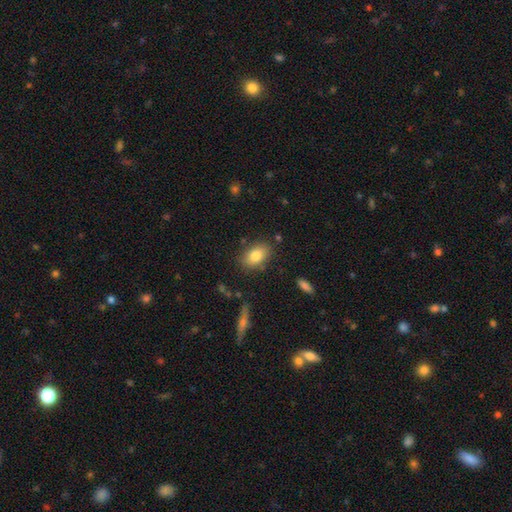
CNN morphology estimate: smooth 81%, featured or disk 11%, star or artifact 8%. Down the decision tree: how rounded — in between (87%); merging — none (82%).